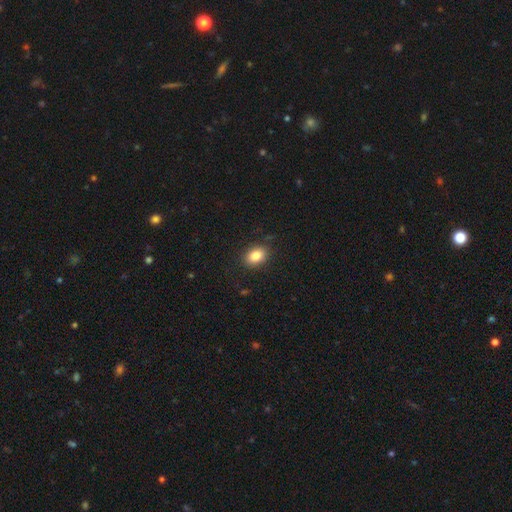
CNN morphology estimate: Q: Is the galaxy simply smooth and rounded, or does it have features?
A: smooth — 83%.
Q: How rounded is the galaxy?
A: in between — 73%.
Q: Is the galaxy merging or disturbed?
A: none — 86%.